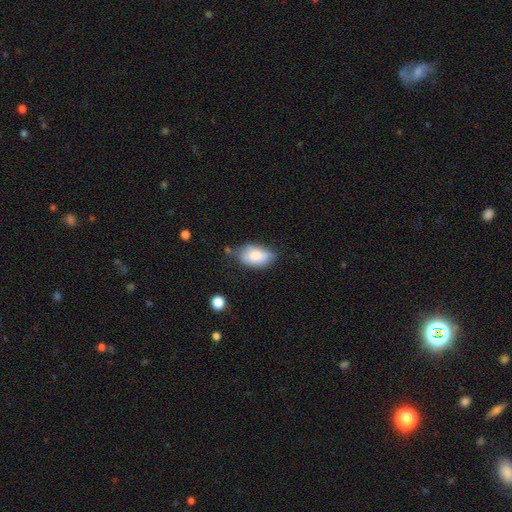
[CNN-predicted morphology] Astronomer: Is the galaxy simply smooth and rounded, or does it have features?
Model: smooth — 82%.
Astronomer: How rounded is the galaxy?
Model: in between — 93%.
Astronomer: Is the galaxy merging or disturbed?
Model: none — 50% (runner-up: minor disturbance, 36%).